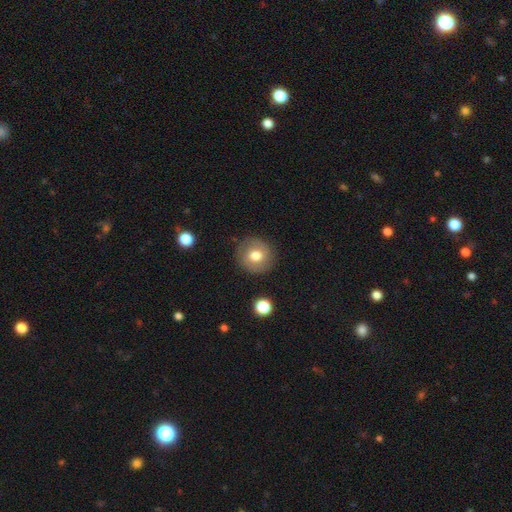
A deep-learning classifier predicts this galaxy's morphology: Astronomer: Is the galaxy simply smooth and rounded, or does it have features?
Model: smooth — 64%.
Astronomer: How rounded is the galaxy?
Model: round — 88%.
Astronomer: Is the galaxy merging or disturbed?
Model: none — 85%.